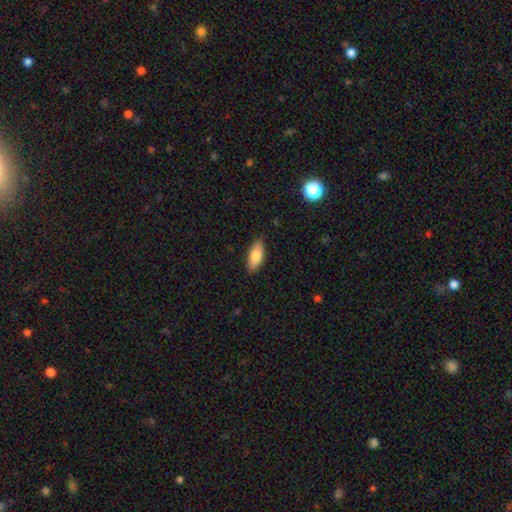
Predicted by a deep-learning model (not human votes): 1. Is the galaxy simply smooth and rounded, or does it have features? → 81% smooth, 12% featured or disk, 6% star or artifact.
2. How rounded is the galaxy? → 79% in between, 19% cigar-shaped, 2% round.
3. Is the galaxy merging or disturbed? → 86% none, 11% minor disturbance, 2% major disturbance, 1% merger.